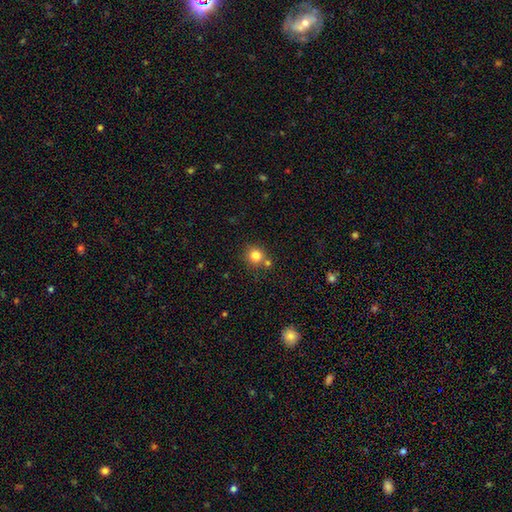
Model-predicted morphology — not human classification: smooth_or_featured: smooth (p=0.81) [alt: star or artifact p=0.13]
how_rounded: round (p=0.90) [alt: in between p=0.09]
merging: none (p=0.73) [alt: merger p=0.15]